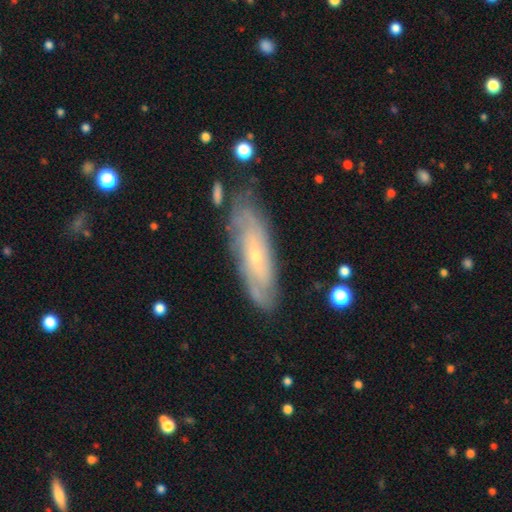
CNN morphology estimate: This appears to be a featured or disk galaxy (73%) with no bar (75%), tight (65%) spiral arms (87%) and a small central bulge (81%). Merging: none (75%).